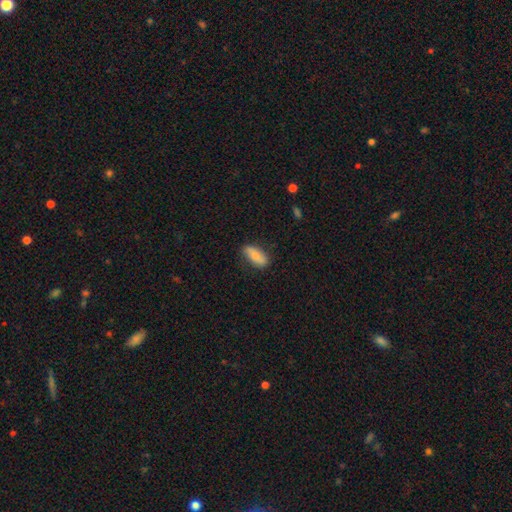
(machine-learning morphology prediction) type=smooth (72%); roundness=in between (78%); merging=none (75%).